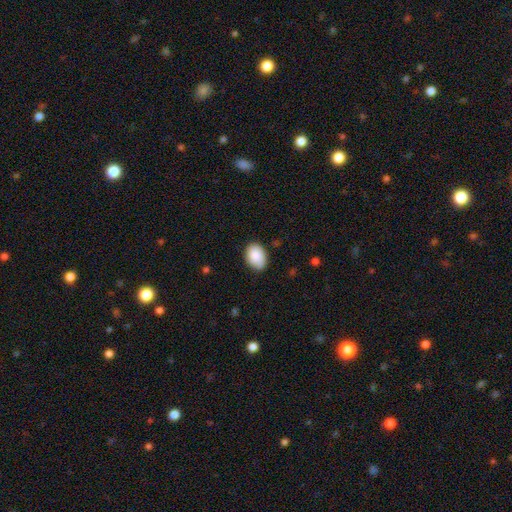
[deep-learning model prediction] Smooth or featured? Predicted: smooth (p=0.87). How rounded? Predicted: in between (p=0.81). Merging? Predicted: none (p=0.75).